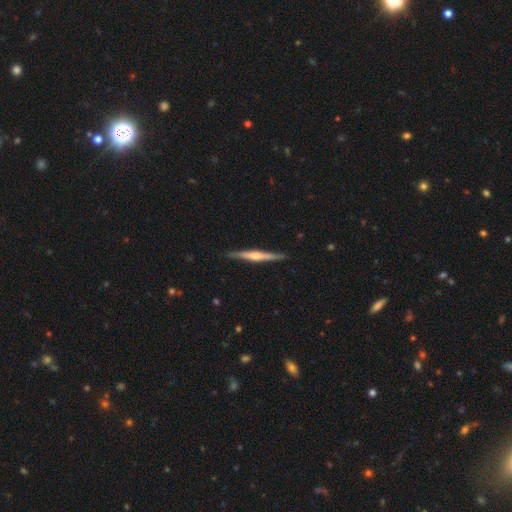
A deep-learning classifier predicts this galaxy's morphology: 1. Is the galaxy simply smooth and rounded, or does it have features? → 75% featured or disk, 20% smooth, 5% star or artifact.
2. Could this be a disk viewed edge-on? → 98% yes, 2% no.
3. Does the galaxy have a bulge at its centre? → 76% rounded, 12% none, 12% boxy.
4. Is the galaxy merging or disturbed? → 90% none, 8% minor disturbance, 1% major disturbance, 1% merger.